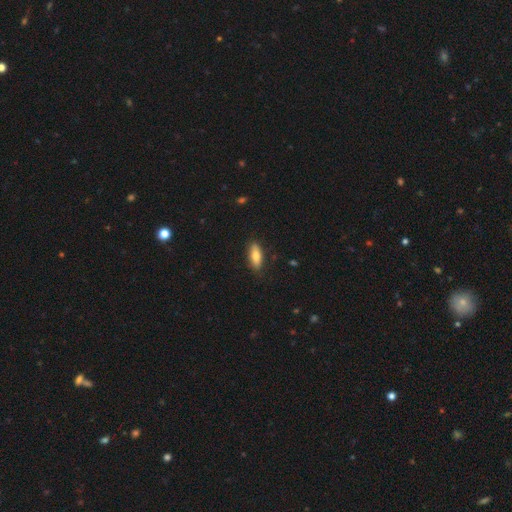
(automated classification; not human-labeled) smooth_or_featured: smooth (p=0.82) [alt: featured or disk p=0.12]
how_rounded: in between (p=0.69) [alt: cigar-shaped p=0.29]
merging: none (p=0.85) [alt: minor disturbance p=0.11]